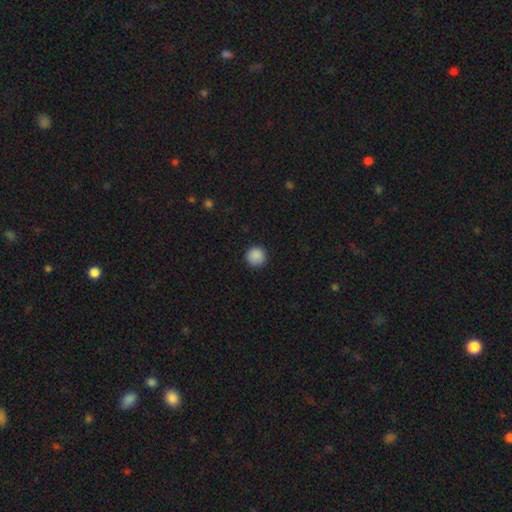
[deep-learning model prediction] Overall: smooth (89%). How rounded: round (96%). Merging: none (91%).